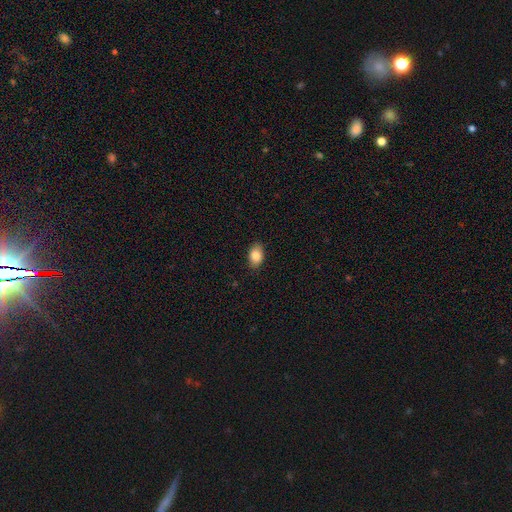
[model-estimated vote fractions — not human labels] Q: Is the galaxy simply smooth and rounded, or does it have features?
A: smooth — 86%.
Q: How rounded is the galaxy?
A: in between — 86%.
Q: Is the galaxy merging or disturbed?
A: none — 87%.